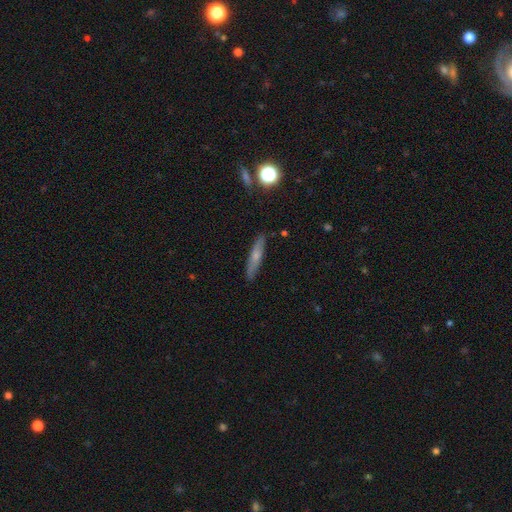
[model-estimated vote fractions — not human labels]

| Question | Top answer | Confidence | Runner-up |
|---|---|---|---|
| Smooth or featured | smooth | 49% | featured or disk (43%) |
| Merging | none | 86% | minor disturbance (11%) |